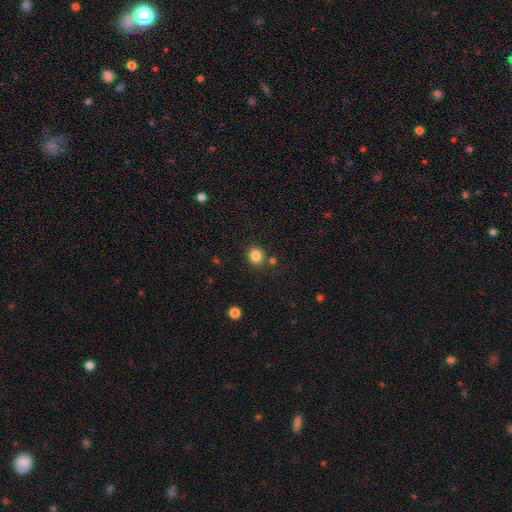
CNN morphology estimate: Smooth or featured: smooth — 85% (star or artifact — 11%)
How rounded: round — 79% (in between — 20%)
Merging: none — 82% (minor disturbance — 8%)